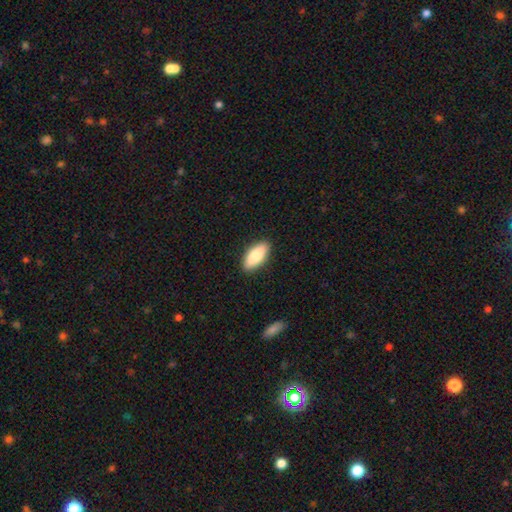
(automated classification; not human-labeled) smooth_or_featured: smooth (p=0.84) [alt: featured or disk p=0.10]
how_rounded: in between (p=0.87) [alt: cigar-shaped p=0.11]
merging: none (p=0.90) [alt: minor disturbance p=0.08]